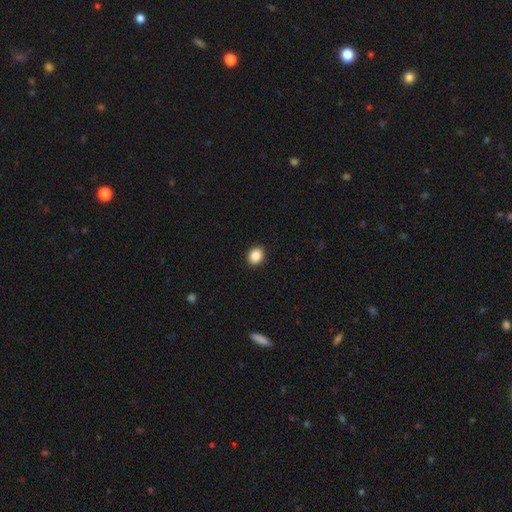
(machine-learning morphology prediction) Q: Smooth or featured?
A: smooth (87%); runner-up: star or artifact (9%)
Q: How rounded?
A: round (52%); runner-up: in between (47%)
Q: Merging?
A: none (92%); runner-up: minor disturbance (6%)